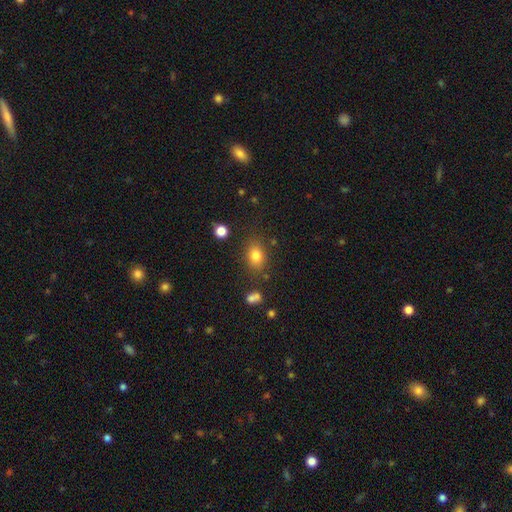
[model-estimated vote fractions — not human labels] Smooth or featured?
  - smooth: 80% *
  - star or artifact: 12%
  - featured or disk: 8%
How rounded?
  - in between: 66% *
  - round: 32%
  - cigar-shaped: 2%
Merging?
  - none: 78% *
  - minor disturbance: 13%
  - merger: 4%
  - major disturbance: 4%